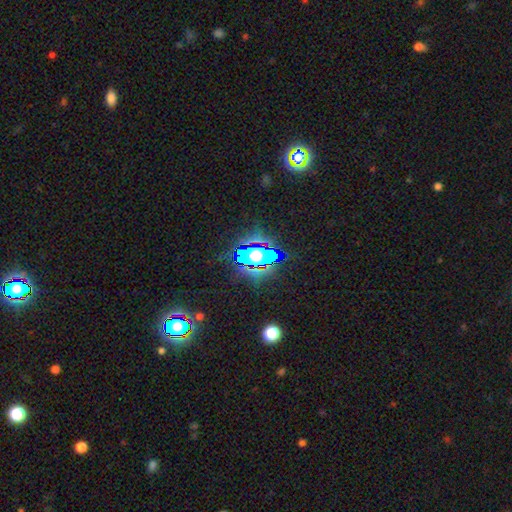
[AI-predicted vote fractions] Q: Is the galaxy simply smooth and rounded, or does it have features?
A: star or artifact — 54%.